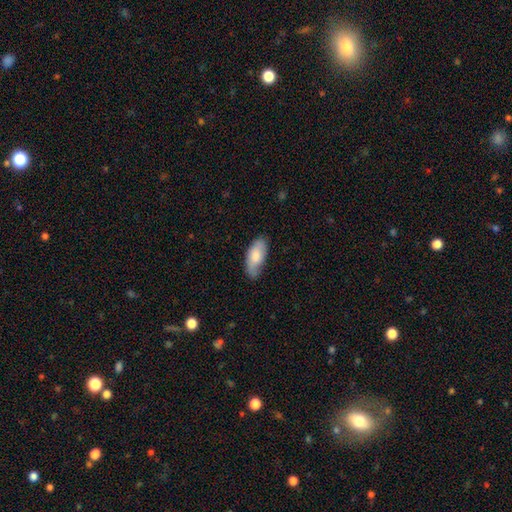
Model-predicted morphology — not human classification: Smooth or featured? smooth (76%)
How rounded? in between (90%)
Merging? none (65%)